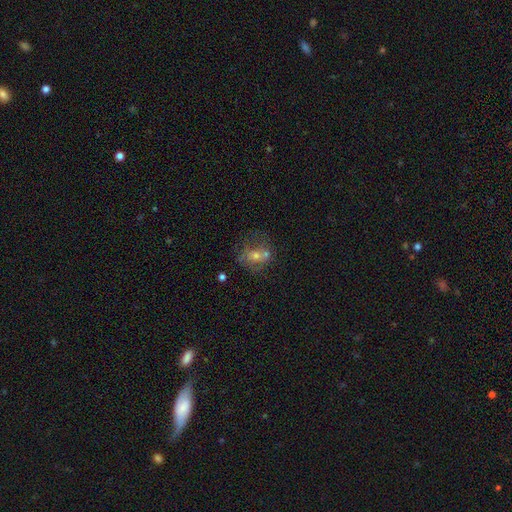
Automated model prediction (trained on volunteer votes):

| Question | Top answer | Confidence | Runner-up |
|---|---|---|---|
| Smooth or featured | smooth | 44% | featured or disk (40%) |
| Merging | none | 38% | merger (30%) |